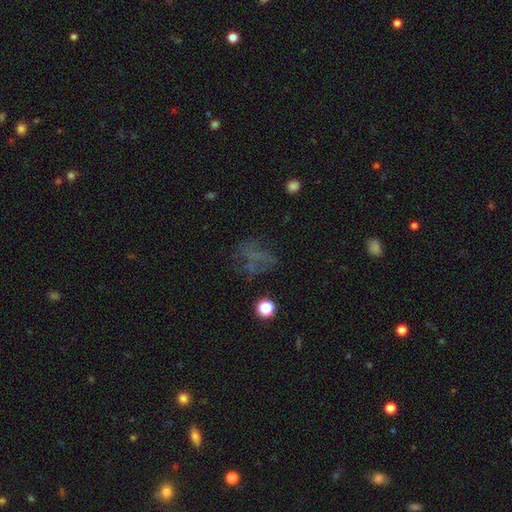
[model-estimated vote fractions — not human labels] Smooth or featured? Predicted: smooth (p=0.39). Merging? Predicted: none (p=0.53).